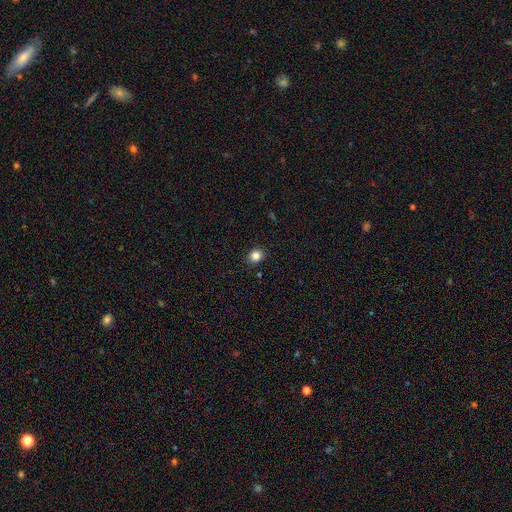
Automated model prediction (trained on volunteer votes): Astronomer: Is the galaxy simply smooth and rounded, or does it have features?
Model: smooth — 84%.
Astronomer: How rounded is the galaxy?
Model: round — 69%.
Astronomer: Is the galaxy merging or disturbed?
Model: none — 89%.